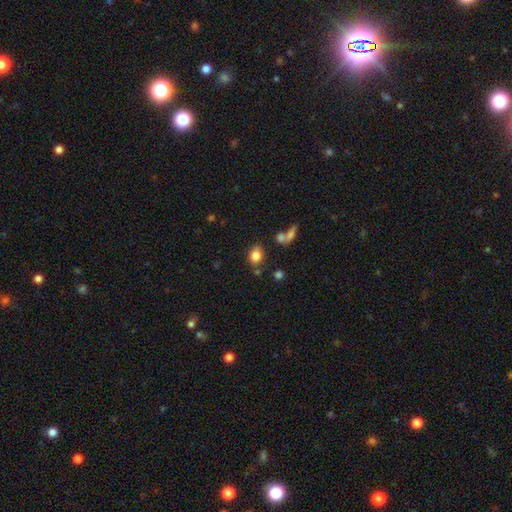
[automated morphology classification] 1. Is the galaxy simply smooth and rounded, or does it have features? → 82% smooth, 10% star or artifact, 8% featured or disk.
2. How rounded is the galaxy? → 62% in between, 37% round, 1% cigar-shaped.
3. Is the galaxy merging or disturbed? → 69% none, 15% minor disturbance, 11% merger, 5% major disturbance.